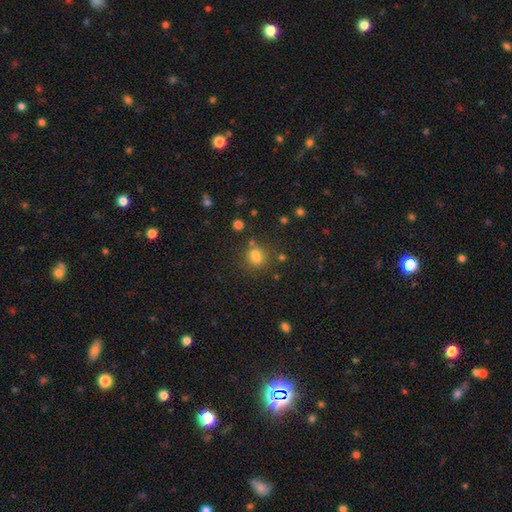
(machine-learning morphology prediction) Smooth or featured?
  - smooth: 75% *
  - star or artifact: 16%
  - featured or disk: 8%
How rounded?
  - round: 56% *
  - in between: 42%
  - cigar-shaped: 2%
Merging?
  - none: 66% *
  - minor disturbance: 15%
  - merger: 13%
  - major disturbance: 6%